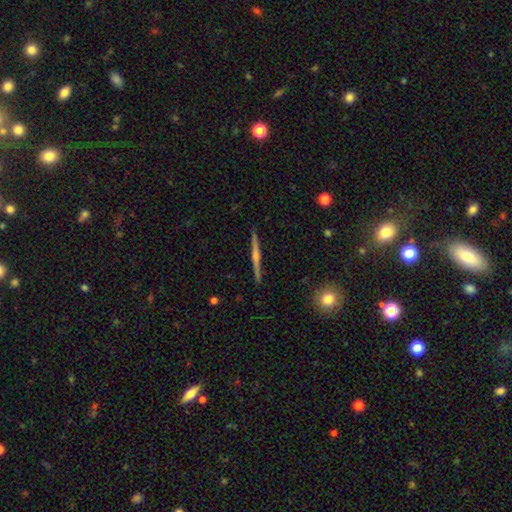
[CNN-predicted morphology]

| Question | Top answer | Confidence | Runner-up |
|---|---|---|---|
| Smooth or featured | featured or disk | 69% | smooth (19%) |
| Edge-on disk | yes | 97% | no (3%) |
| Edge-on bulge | rounded | 65% | none (25%) |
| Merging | none | 89% | minor disturbance (7%) |